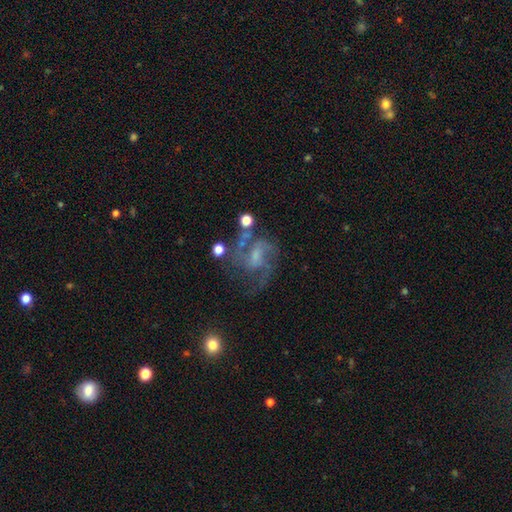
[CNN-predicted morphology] featured or disk 79%, smooth 11%, star or artifact 10%. Down the decision tree: edge-on disk — no (97%); bar — weak (51%); spiral arms — yes (91%); spiral arm count — 2 (48%); spiral winding — medium (53%); bulge size — small (46%); merging — none (51%).